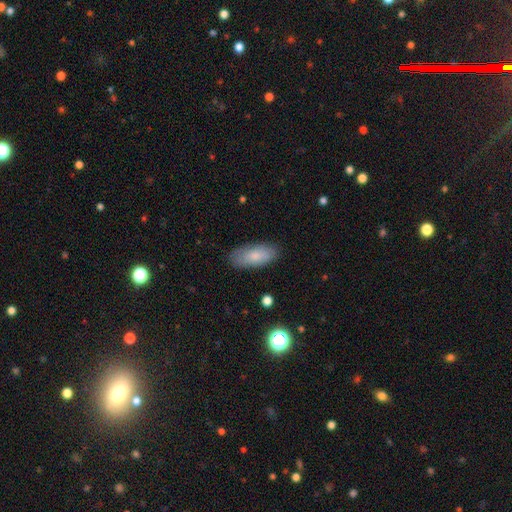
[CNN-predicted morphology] Overall: smooth (80%). How rounded: in between (86%). Merging: none (83%).